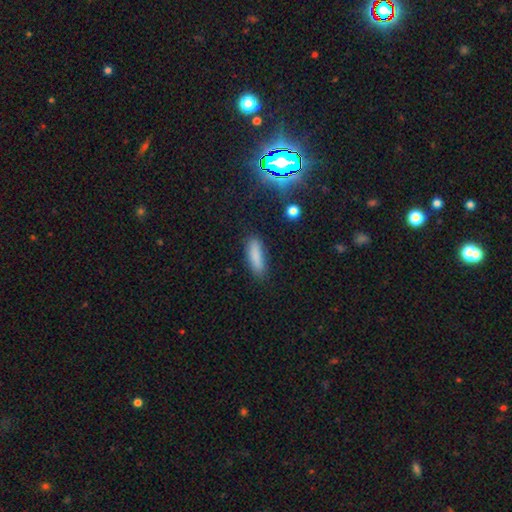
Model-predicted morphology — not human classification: The model was most divided on "how rounded": cigar-shaped: 58%, in between: 40%, round: 2%. More confident: smooth or featured — smooth (84%); merging — none (82%).